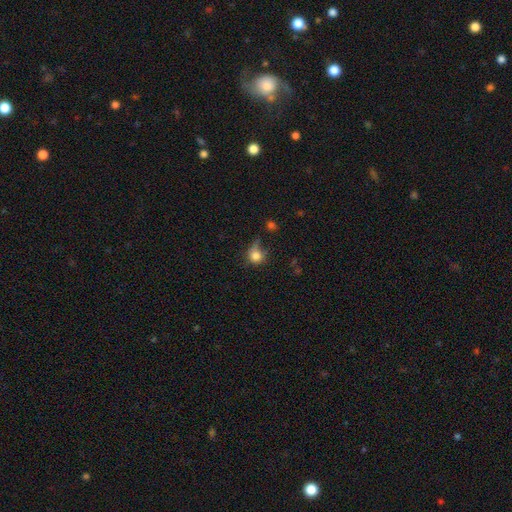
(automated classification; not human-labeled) Smooth or featured?
  - smooth: 78% *
  - star or artifact: 11%
  - featured or disk: 10%
How rounded?
  - round: 80% *
  - in between: 18%
  - cigar-shaped: 2%
Merging?
  - none: 43% *
  - minor disturbance: 30%
  - major disturbance: 20%
  - merger: 7%